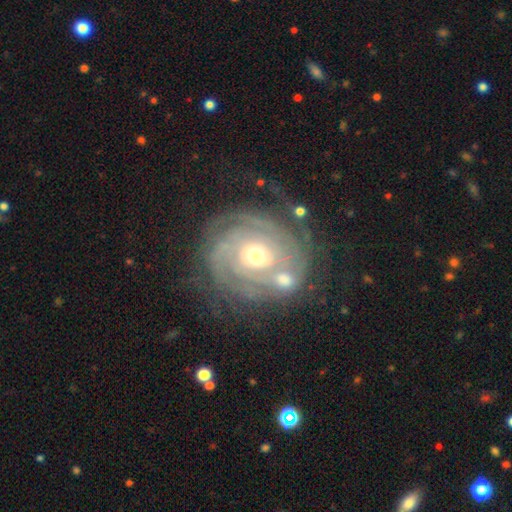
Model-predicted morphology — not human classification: The model was most divided on "spiral arm count": can't tell: 30%, 2: 23%, 3: 22%, 4: 12%, more than 4: 8%, 1: 6%. More confident: edge-on disk — no (97%); spiral arms — yes (95%); smooth or featured — featured or disk (85%); spiral winding — tight (81%); bar — no (74%); merging — none (66%); bulge size — moderate (56%).